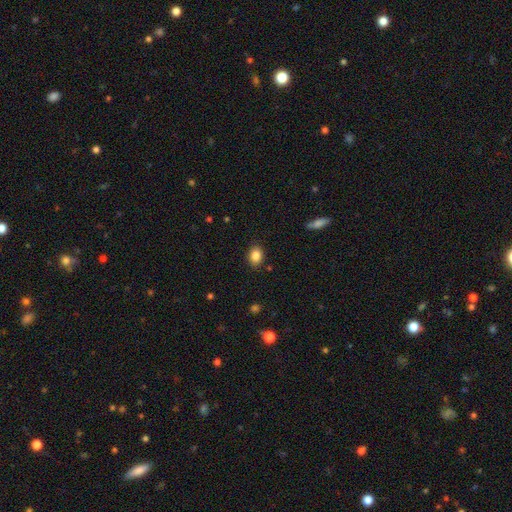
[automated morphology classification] Smooth or featured? smooth (85%)
How rounded? in between (66%)
Merging? none (87%)